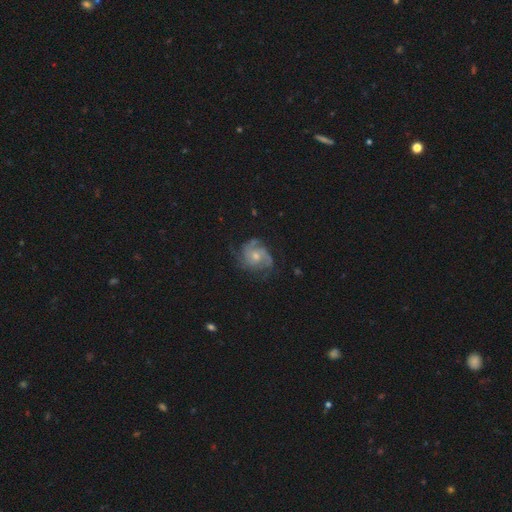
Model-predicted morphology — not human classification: Overall: featured or disk (78%). Edge-on disk: no (98%). Bar: no (75%). Spiral arms: yes (92%). Spiral arm count: 3 (34%; can't tell 24%). Spiral winding: medium (44%; tight 38%). Bulge size: small (50%; moderate 45%). Merging: none (62%; minor disturbance 22%).